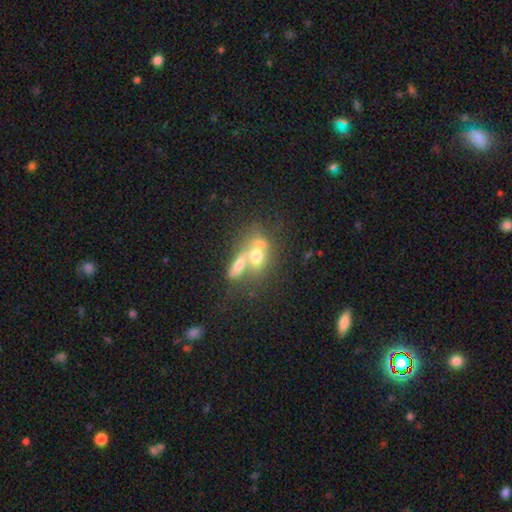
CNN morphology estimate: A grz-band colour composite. It shows a smooth galaxy with no disk features (47%). Merging: merger (64%).